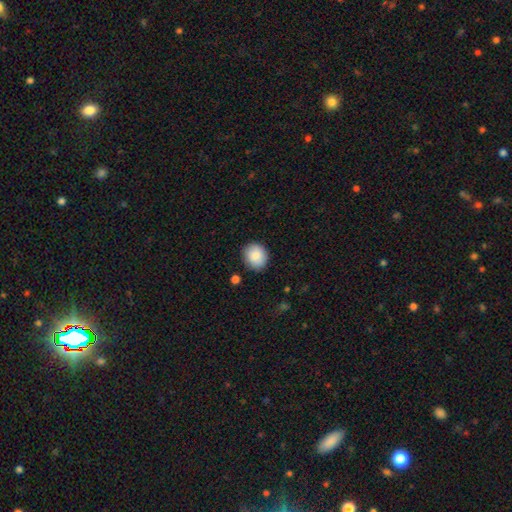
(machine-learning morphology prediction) Smooth or featured? Predicted: smooth (p=0.88). How rounded? Predicted: round (p=0.74). Merging? Predicted: none (p=0.87).